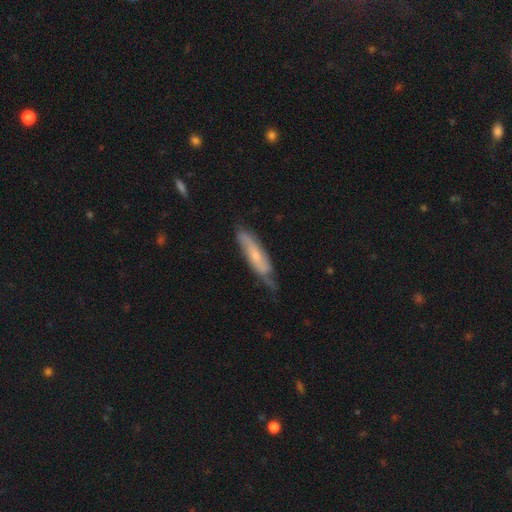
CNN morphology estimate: Smooth or featured? featured or disk (49%)
Merging? none (51%)